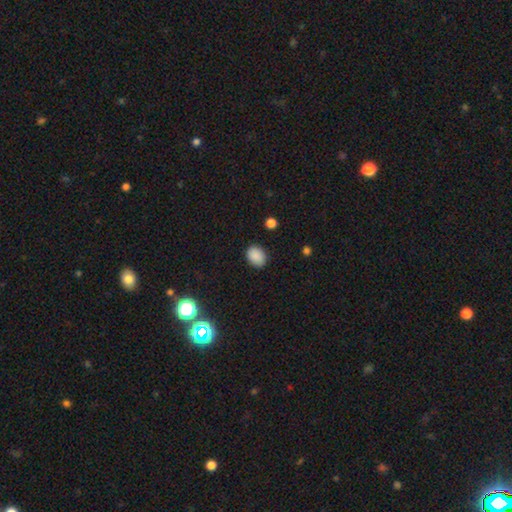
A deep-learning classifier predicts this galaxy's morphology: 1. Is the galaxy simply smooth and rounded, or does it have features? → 88% smooth, 9% star or artifact, 3% featured or disk.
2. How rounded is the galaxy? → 66% in between, 33% round, 1% cigar-shaped.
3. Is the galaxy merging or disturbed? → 87% none, 9% minor disturbance, 2% major disturbance, 1% merger.